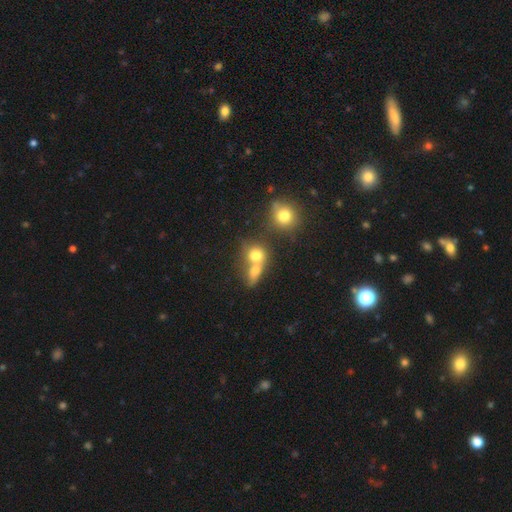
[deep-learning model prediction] Q: Smooth or featured?
A: smooth (73%); runner-up: featured or disk (14%)
Q: How rounded?
A: round (75%); runner-up: in between (23%)
Q: Merging?
A: merger (56%); runner-up: none (33%)